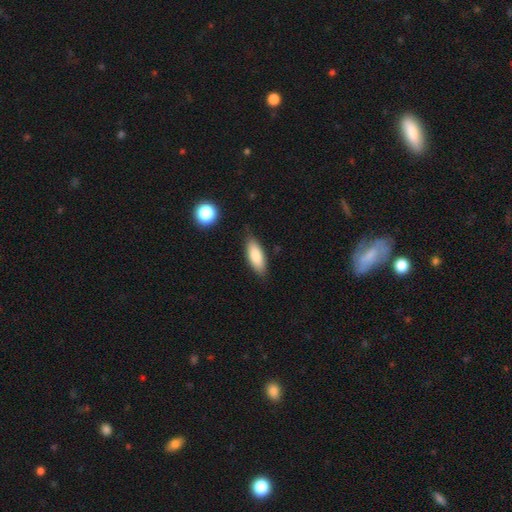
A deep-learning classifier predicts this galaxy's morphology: smooth-or-featured: smooth: 84% | featured or disk: 10% | star or artifact: 7%
  how-rounded: in between: 72% | cigar-shaped: 26% | round: 2%
  merging: none: 81% | minor disturbance: 14% | major disturbance: 3% | merger: 2%